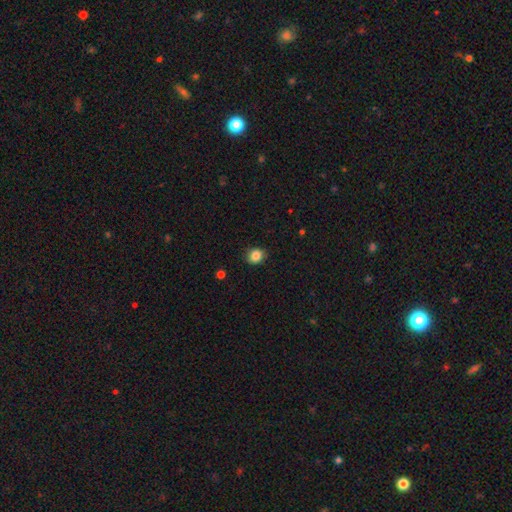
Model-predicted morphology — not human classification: smooth_or_featured: smooth (p=0.86) [alt: star or artifact p=0.10]
how_rounded: round (p=0.70) [alt: in between p=0.29]
merging: none (p=0.85) [alt: minor disturbance p=0.12]